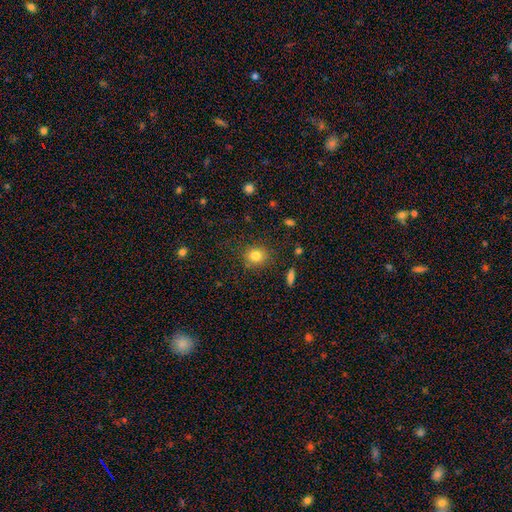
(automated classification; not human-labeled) A smooth galaxy with no disk features (81%) that is round (81%). Merging: none (86%).